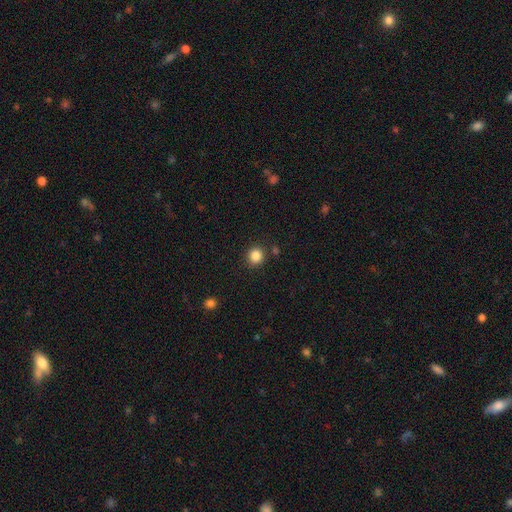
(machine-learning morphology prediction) Overall: smooth (85%). How rounded: round (89%). Merging: none (87%).